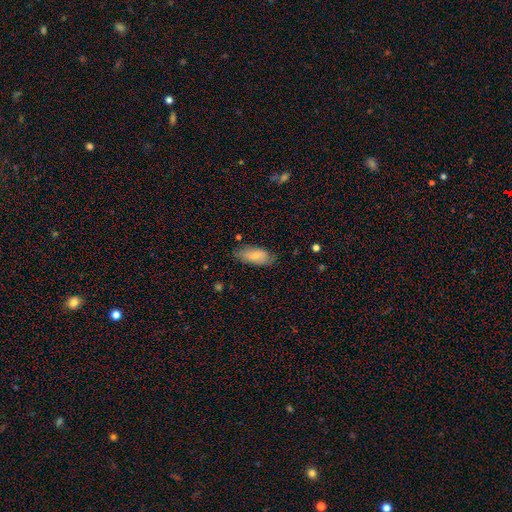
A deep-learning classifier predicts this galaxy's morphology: Smooth or featured? smooth (74%)
How rounded? in between (87%)
Merging? none (74%)